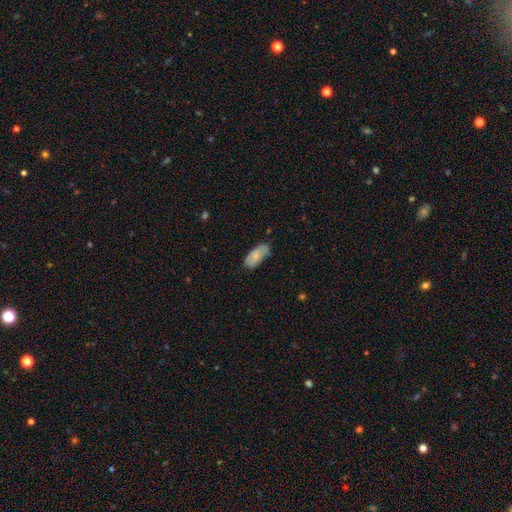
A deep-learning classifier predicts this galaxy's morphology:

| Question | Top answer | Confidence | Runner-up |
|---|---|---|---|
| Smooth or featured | smooth | 78% | featured or disk (15%) |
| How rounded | in between | 90% | cigar-shaped (8%) |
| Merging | none | 71% | minor disturbance (23%) |